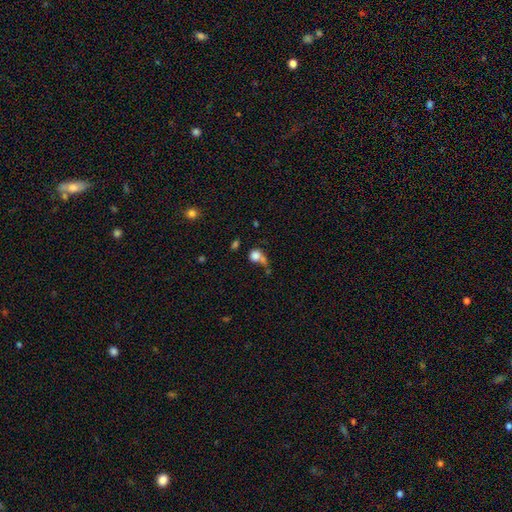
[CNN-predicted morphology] type=smooth (77%); roundness=round (74%); merging=merger (35%).